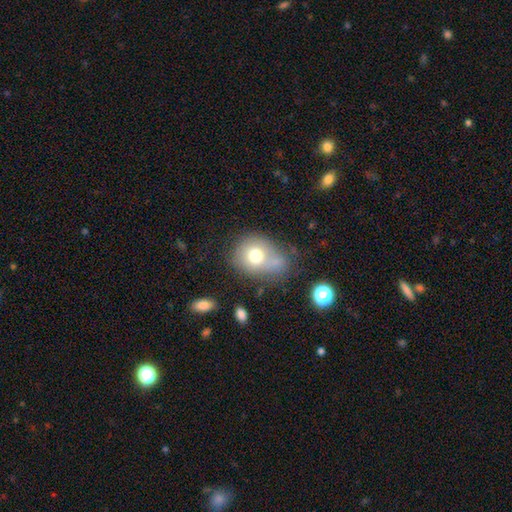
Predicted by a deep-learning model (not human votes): Morphology: type=smooth (72%); roundness=round (63%); merging=none (39%).